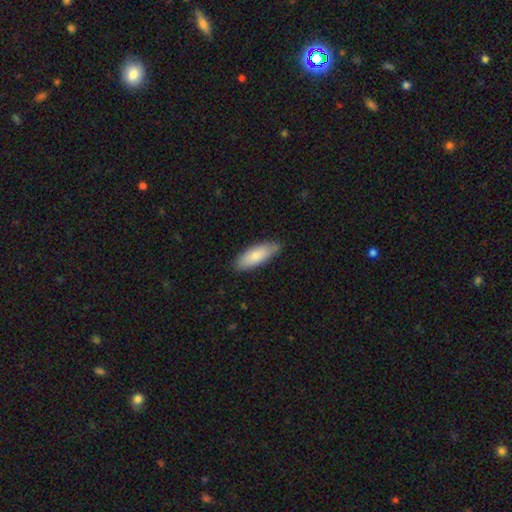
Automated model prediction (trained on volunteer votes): This is likely a smooth galaxy (79%). How rounded: likely in between (67%). Merging: clearly none (82%).